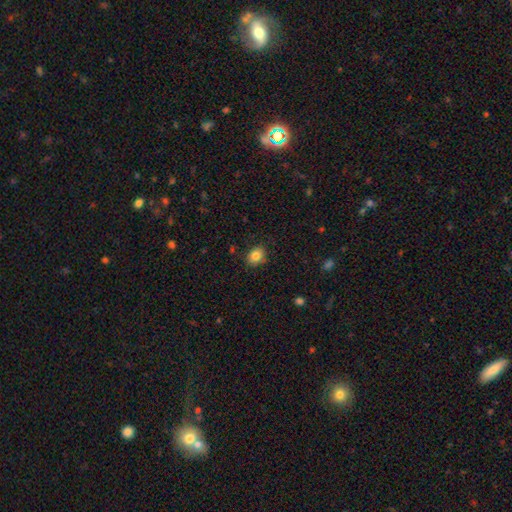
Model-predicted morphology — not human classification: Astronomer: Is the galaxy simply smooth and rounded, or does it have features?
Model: smooth — 83%.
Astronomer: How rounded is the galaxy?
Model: in between — 52% (runner-up: round, 47%).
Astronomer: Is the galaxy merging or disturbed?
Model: none — 83%.